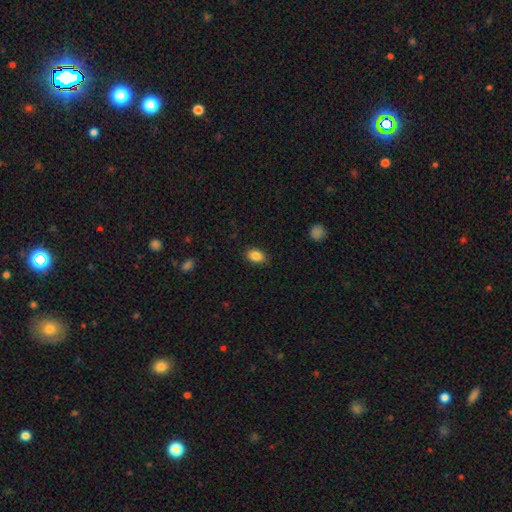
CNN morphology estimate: This appears to be a smooth galaxy with no disk features (86%) that is in between round and cigar-shaped (81%). Merging: none (86%).